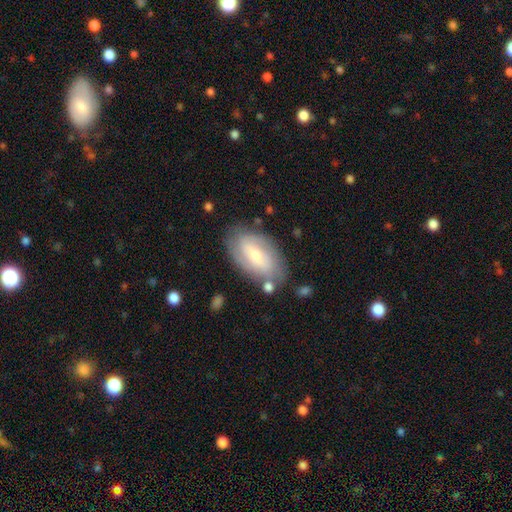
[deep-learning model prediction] featured or disk 57%, smooth 36%, star or artifact 6%. Down the decision tree: edge-on disk — no (92%); bar — weak (44%); spiral arms — yes (78%); bulge size — small (54%); merging — none (73%).